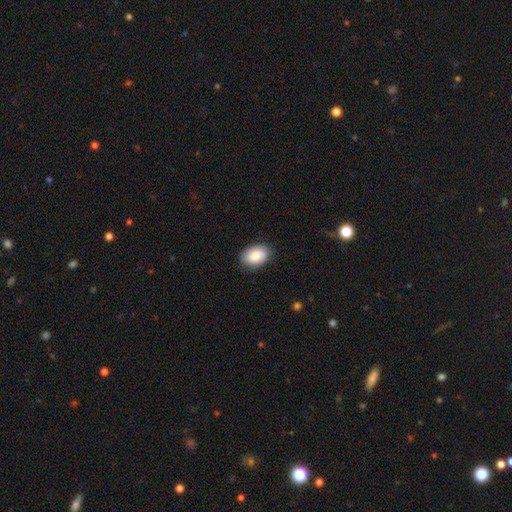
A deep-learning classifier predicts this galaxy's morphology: Q: Smooth or featured?
A: smooth (84%); runner-up: featured or disk (10%)
Q: How rounded?
A: in between (86%); runner-up: round (13%)
Q: Merging?
A: none (83%); runner-up: minor disturbance (13%)